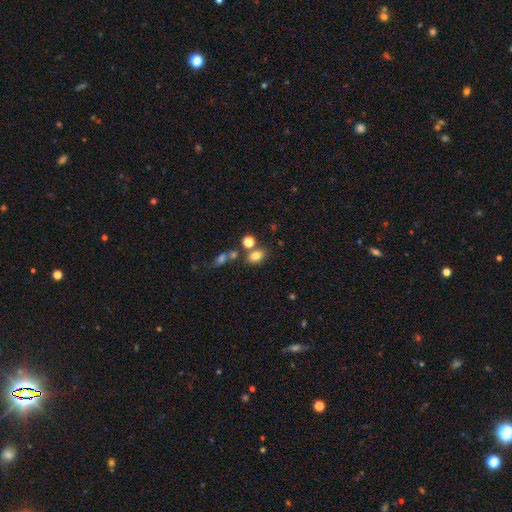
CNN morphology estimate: This is likely a smooth galaxy (79%). How rounded: likely in between (69%). Merging: likely none (64%).